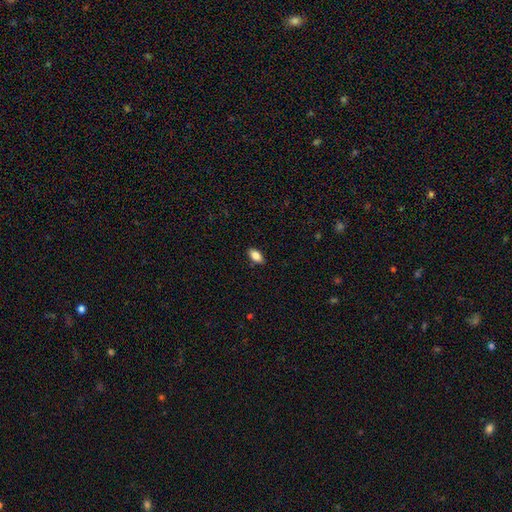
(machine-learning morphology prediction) A smooth galaxy with no disk features (83%) that is in between round and cigar-shaped (90%).

Vote fractions:
- Smooth or featured? smooth: 83% / featured or disk: 10% / star or artifact: 7%
- How rounded? in between: 90% / cigar-shaped: 6% / round: 4%
- Merging? none: 88% / minor disturbance: 10% / major disturbance: 2% / merger: 1%